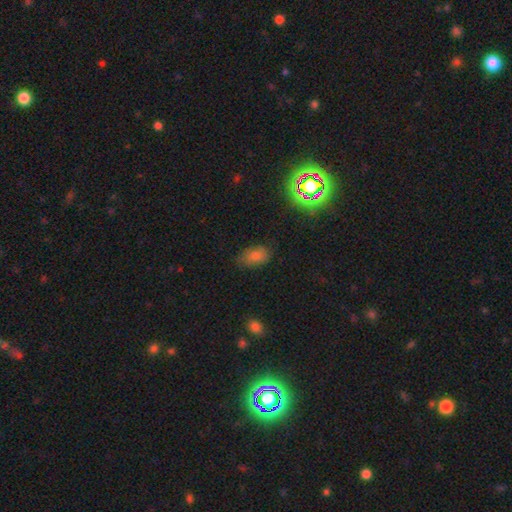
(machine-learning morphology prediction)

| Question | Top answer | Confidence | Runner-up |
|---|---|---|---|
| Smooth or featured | smooth | 69% | star or artifact (20%) |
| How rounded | in between | 88% | round (9%) |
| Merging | none | 78% | minor disturbance (17%) |